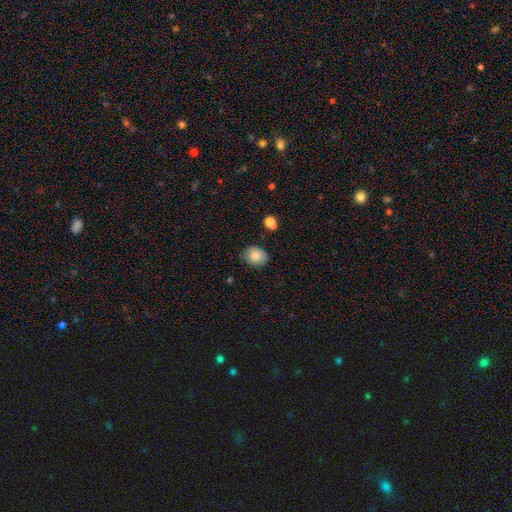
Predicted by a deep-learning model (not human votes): The model was most divided on "how rounded": in between: 55%, round: 44%, cigar-shaped: 1%. More confident: smooth or featured — smooth (85%); merging — none (79%).